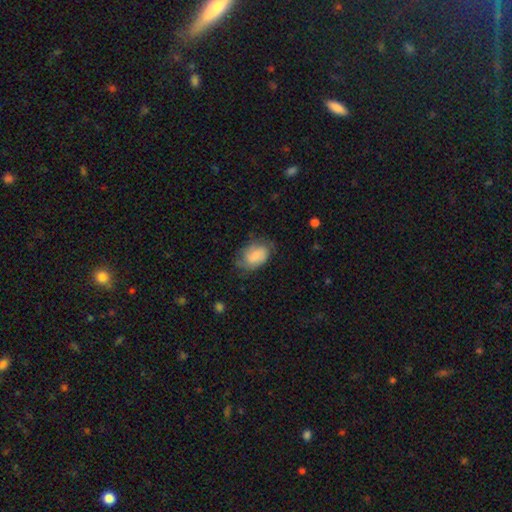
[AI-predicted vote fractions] Q: Smooth or featured?
A: smooth (68%); runner-up: featured or disk (24%)
Q: How rounded?
A: in between (83%); runner-up: round (16%)
Q: Merging?
A: none (56%); runner-up: minor disturbance (30%)